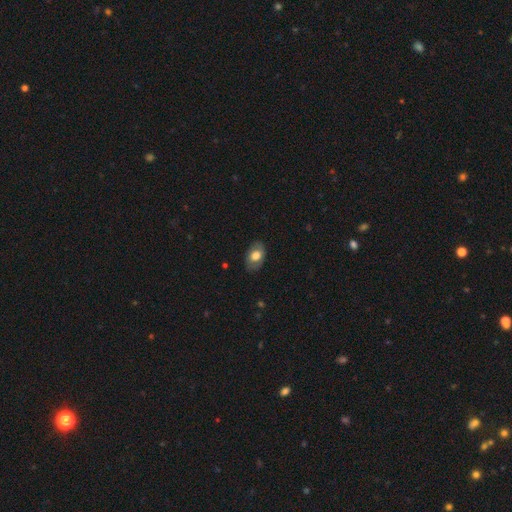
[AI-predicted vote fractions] Overall: smooth (69%). How rounded: in between (87%). Merging: none (80%).